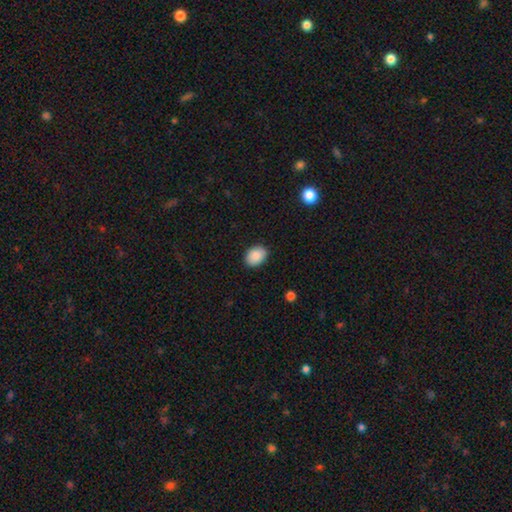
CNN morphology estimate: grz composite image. It shows a smooth galaxy with no disk features (89%) that is in between round and cigar-shaped (75%). Merging: none (88%).